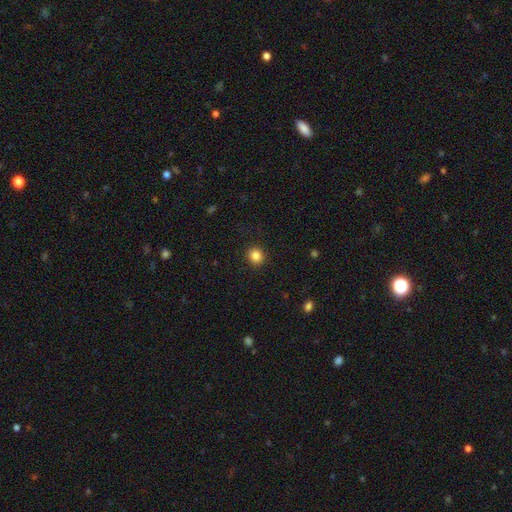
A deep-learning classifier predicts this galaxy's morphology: Smooth or featured: smooth — 85% (star or artifact — 11%)
How rounded: round — 88% (in between — 11%)
Merging: none — 91% (minor disturbance — 6%)